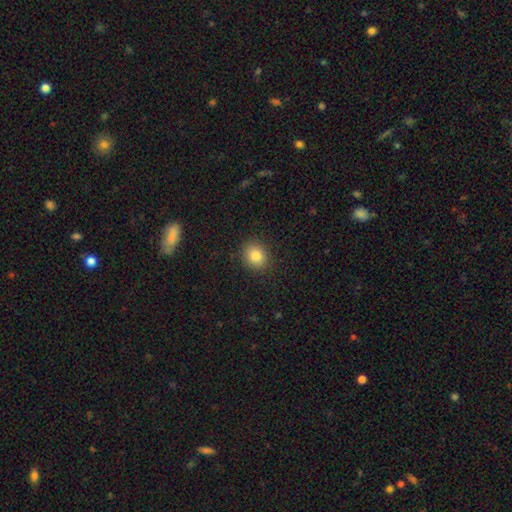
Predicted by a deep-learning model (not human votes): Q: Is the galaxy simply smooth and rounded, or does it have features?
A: smooth — 83%.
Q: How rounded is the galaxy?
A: round — 69%.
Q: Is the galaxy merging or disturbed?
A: none — 89%.